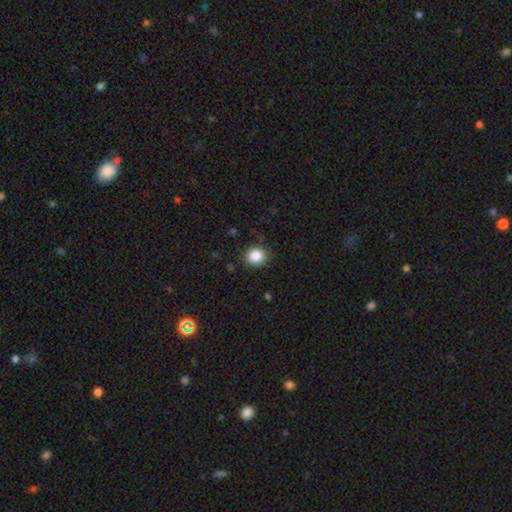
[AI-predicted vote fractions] Smooth or featured? smooth (86%)
How rounded? round (83%)
Merging? none (85%)